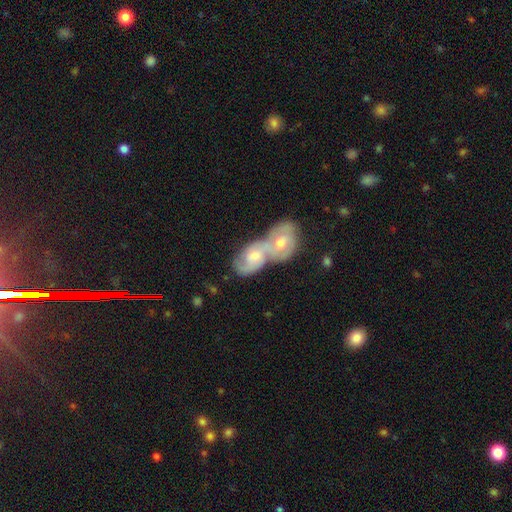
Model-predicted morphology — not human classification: A featured or disk galaxy (66%) with no bar (61%), 2 (58%) tight (50%) spiral arms (88%) and a moderate central bulge (57%). Merging: merger (76%).